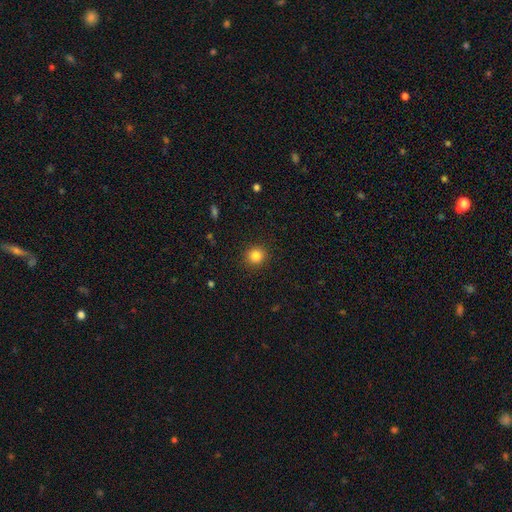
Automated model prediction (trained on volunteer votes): A smooth galaxy with no disk features (84%) that is round (90%). Merging: none (91%).